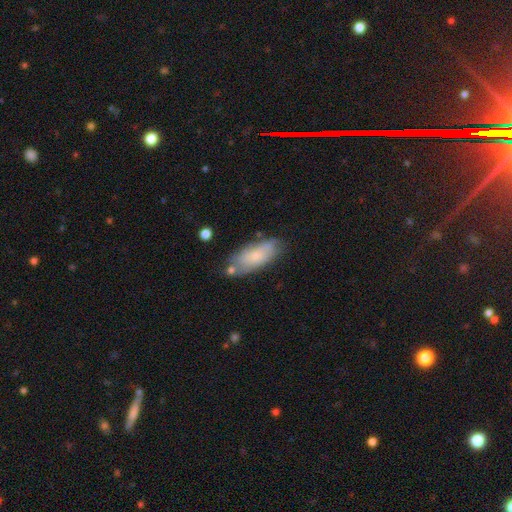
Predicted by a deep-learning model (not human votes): Q: Smooth or featured?
A: smooth (68%); runner-up: featured or disk (25%)
Q: How rounded?
A: in between (79%); runner-up: cigar-shaped (19%)
Q: Merging?
A: none (64%); runner-up: minor disturbance (23%)